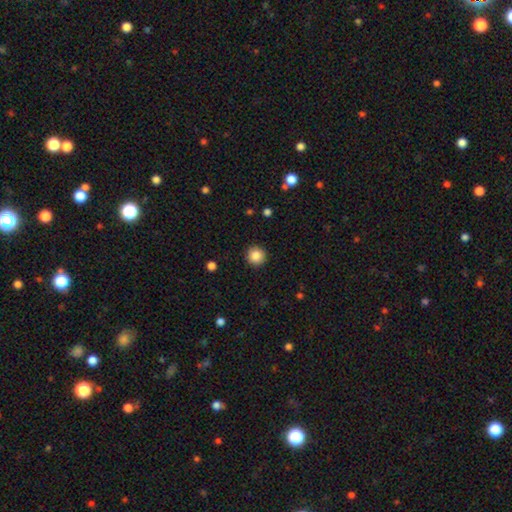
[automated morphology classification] Smooth or featured? smooth (85%)
How rounded? round (95%)
Merging? none (93%)